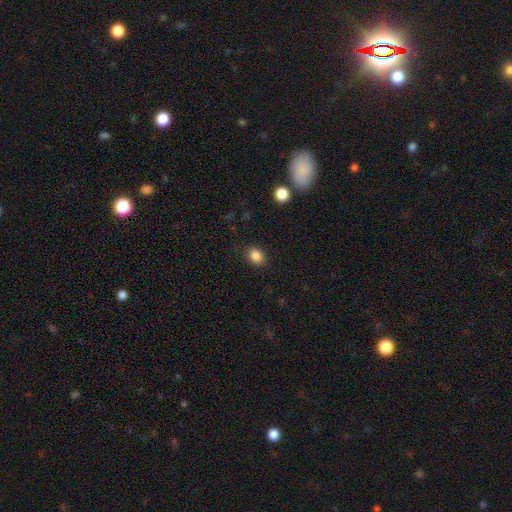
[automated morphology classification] This is clearly a smooth galaxy (86%). How rounded: possibly in between (54%). Merging: clearly none (86%).